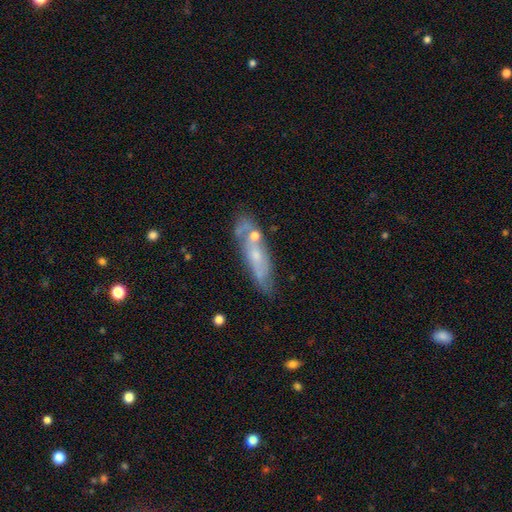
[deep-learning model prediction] Q: Smooth or featured?
A: featured or disk (53%); runner-up: smooth (37%)
Q: Edge-on disk?
A: no (57%); runner-up: yes (43%)
Q: Merging?
A: none (61%); runner-up: minor disturbance (17%)